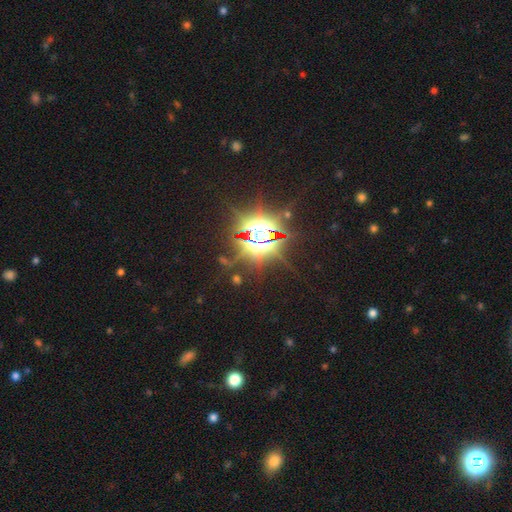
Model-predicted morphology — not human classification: This is clearly a star or artifact rather than a galaxy (85%).